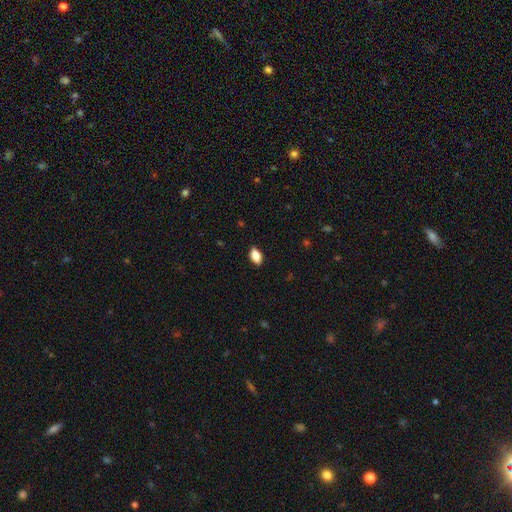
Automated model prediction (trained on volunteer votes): Overall: smooth (87%). How rounded: in between (91%). Merging: none (87%).